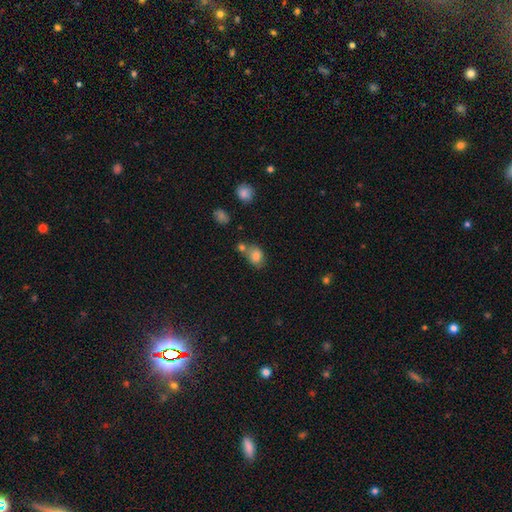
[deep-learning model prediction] Overall: smooth (81%). How rounded: in between (58%; round 41%). Merging: none (51%; merger 26%).